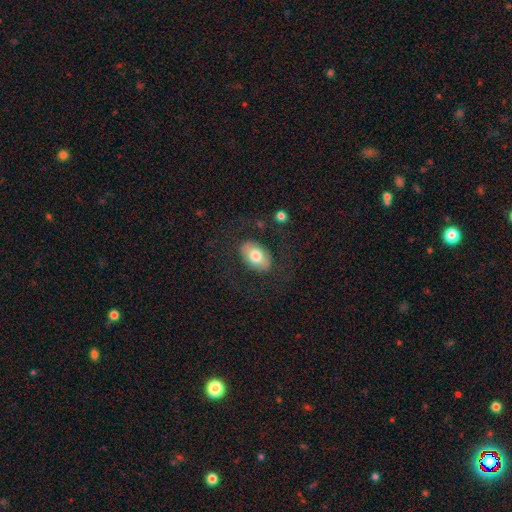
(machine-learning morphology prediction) This appears to be a smooth galaxy with no disk features (71%) that is in between round and cigar-shaped (90%). Merging: none (79%).